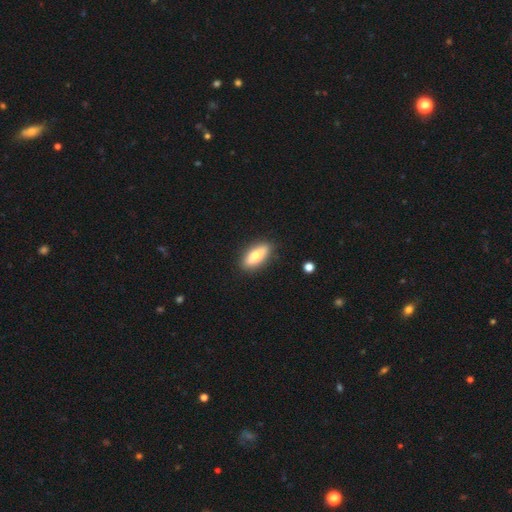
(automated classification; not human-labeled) Q: Smooth or featured?
A: smooth (67%); runner-up: featured or disk (27%)
Q: How rounded?
A: in between (67%); runner-up: cigar-shaped (30%)
Q: Merging?
A: none (87%); runner-up: minor disturbance (9%)